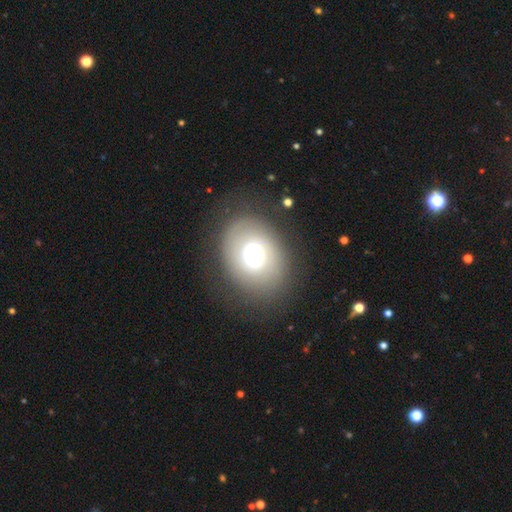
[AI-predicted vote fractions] Morphology: type=smooth (52%); roundness=in between (52%); merging=none (76%).